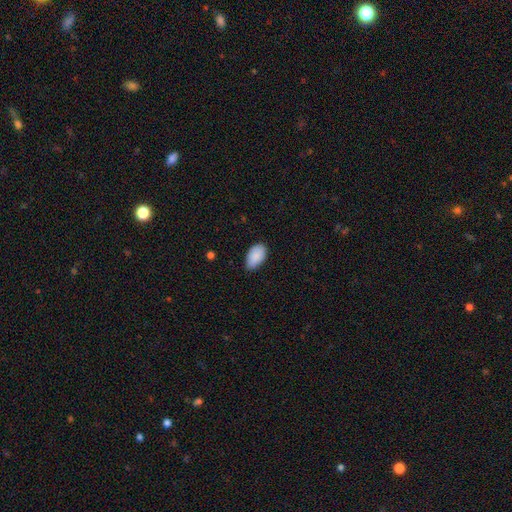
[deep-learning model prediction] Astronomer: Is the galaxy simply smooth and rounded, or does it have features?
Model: smooth — 88%.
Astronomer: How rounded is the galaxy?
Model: in between — 95%.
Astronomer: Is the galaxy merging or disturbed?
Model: none — 73%.